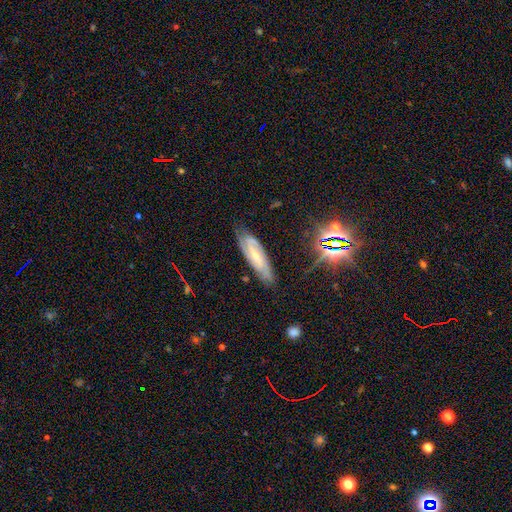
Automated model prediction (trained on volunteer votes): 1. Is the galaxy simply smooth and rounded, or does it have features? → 75% featured or disk, 15% smooth, 10% star or artifact.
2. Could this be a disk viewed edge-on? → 84% no, 16% yes.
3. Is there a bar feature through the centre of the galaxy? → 42% weak, 30% strong, 28% no.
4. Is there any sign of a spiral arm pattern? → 94% yes, 6% no.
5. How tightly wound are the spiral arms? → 46% tight, 40% medium, 13% loose.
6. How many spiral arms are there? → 66% 2, 20% can't tell, 7% 3, 3% 1, 2% 4, 2% more than 4.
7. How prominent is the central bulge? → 64% small, 30% moderate, 4% none, 1% large, 1% dominant.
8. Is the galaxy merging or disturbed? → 75% none, 19% minor disturbance, 5% major disturbance, 2% merger.